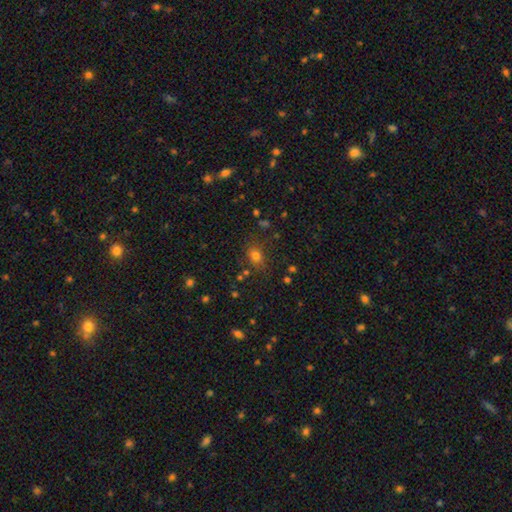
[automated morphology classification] Smooth or featured? Predicted: smooth (p=0.72). How rounded? Predicted: in between (p=0.54). Merging? Predicted: none (p=0.77).